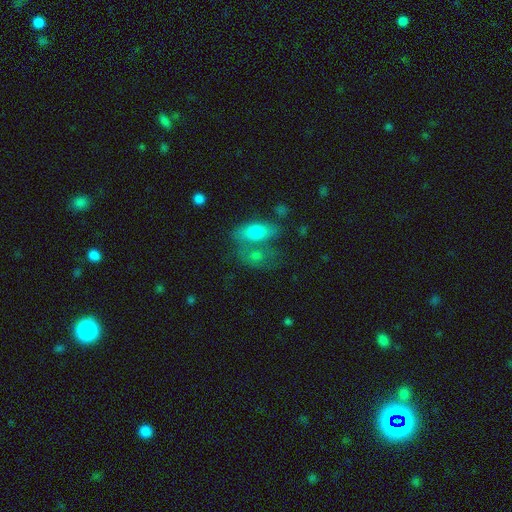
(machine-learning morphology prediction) Smooth or featured? Predicted: smooth (p=0.63). How rounded? Predicted: in between (p=0.73). Merging? Predicted: merger (p=0.48).